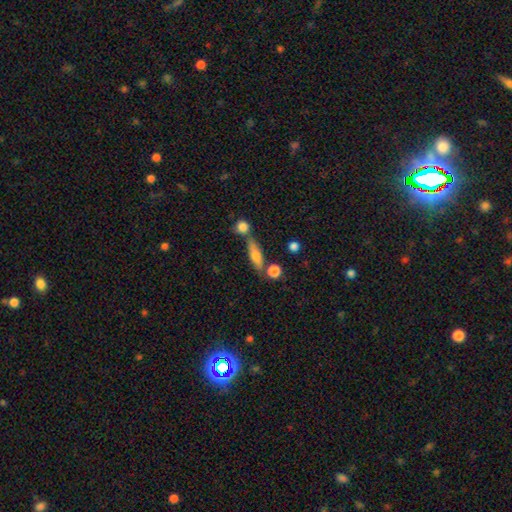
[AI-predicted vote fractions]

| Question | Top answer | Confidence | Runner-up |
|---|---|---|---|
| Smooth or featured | smooth | 64% | featured or disk (28%) |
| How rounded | cigar-shaped | 57% | in between (37%) |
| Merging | none | 64% | merger (18%) |